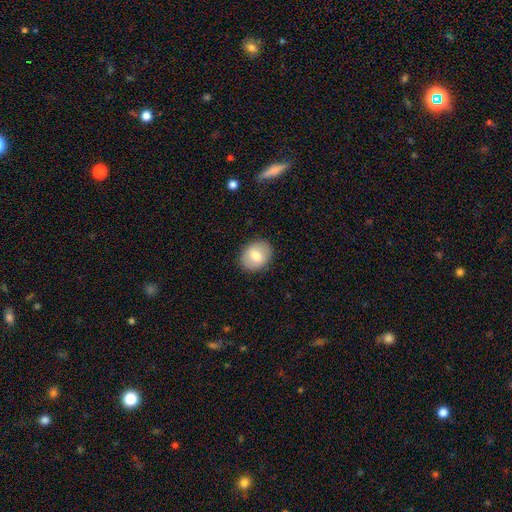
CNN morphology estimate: Smooth or featured? Predicted: smooth (p=0.73). How rounded? Predicted: round (p=0.53). Merging? Predicted: none (p=0.89).